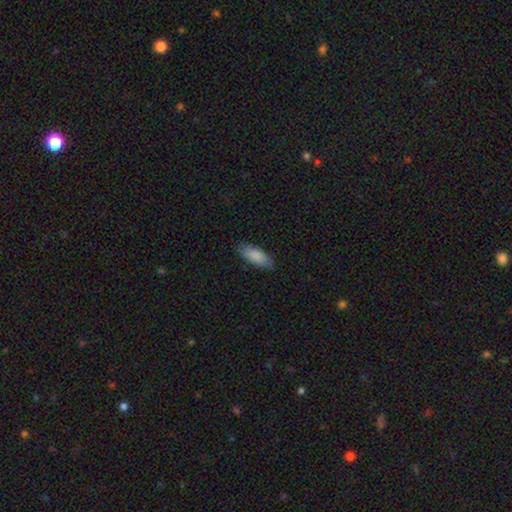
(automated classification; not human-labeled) A smooth galaxy with no disk features (86%) that is in between round and cigar-shaped (80%).

Vote fractions:
- Smooth or featured? smooth: 86% / featured or disk: 9% / star or artifact: 6%
- How rounded? in between: 80% / cigar-shaped: 19% / round: 2%
- Merging? none: 82% / minor disturbance: 14% / major disturbance: 3% / merger: 1%